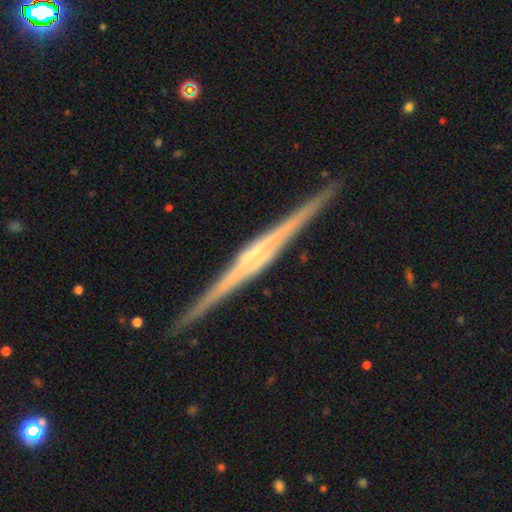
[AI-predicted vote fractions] The model was most divided on "edge-on bulge": boxy: 47%, rounded: 35%, none: 17%. More confident: edge-on disk — yes (99%); merging — none (91%); smooth or featured — featured or disk (88%).